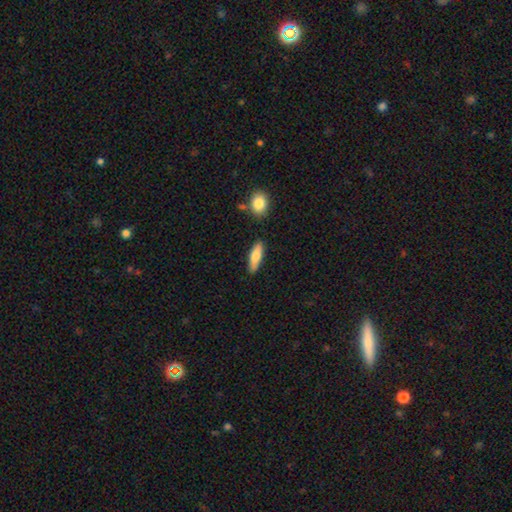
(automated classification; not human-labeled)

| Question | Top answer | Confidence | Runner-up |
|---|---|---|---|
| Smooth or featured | smooth | 74% | featured or disk (20%) |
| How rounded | cigar-shaped | 55% | in between (43%) |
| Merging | none | 82% | minor disturbance (12%) |